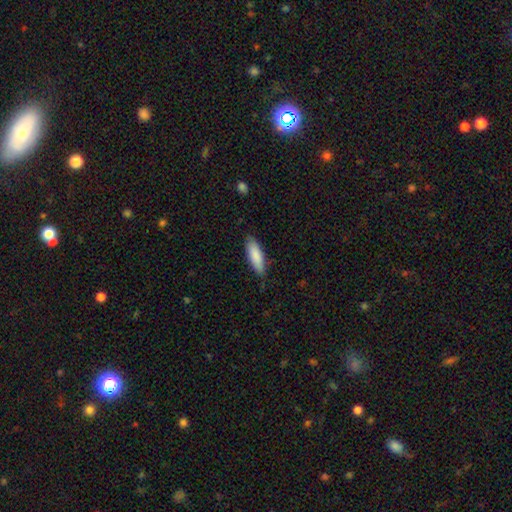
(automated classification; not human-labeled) Smooth or featured?
  - smooth: 86% *
  - featured or disk: 8%
  - star or artifact: 5%
How rounded?
  - in between: 53% *
  - cigar-shaped: 46%
  - round: 1%
Merging?
  - none: 81% *
  - minor disturbance: 15%
  - major disturbance: 2%
  - merger: 1%